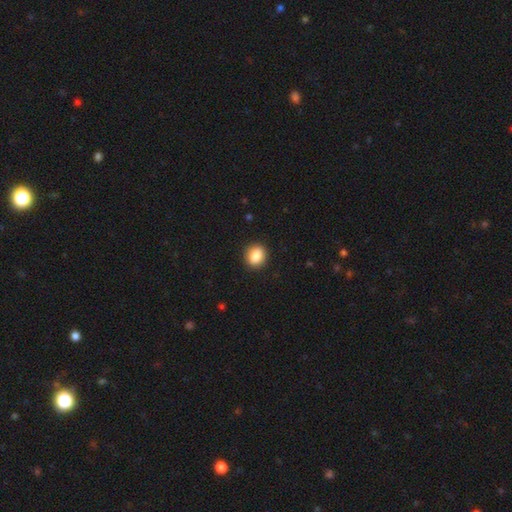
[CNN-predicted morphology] Smooth or featured?
  - smooth: 87% *
  - star or artifact: 8%
  - featured or disk: 5%
How rounded?
  - round: 62% *
  - in between: 37%
  - cigar-shaped: 1%
Merging?
  - none: 90% *
  - minor disturbance: 7%
  - major disturbance: 2%
  - merger: 1%